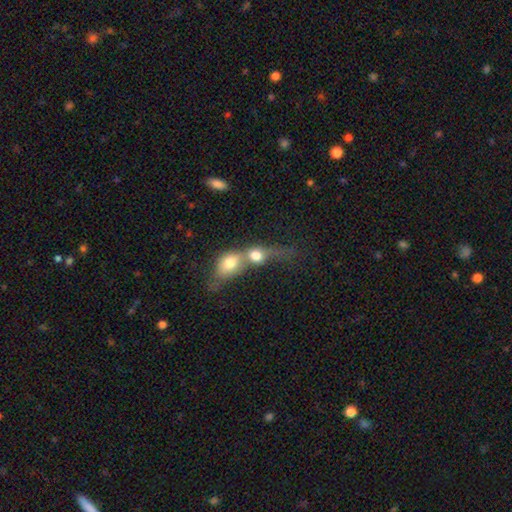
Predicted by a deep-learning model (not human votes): smooth 68%, featured or disk 22%, star or artifact 10%. Down the decision tree: how rounded — round (52%); merging — merger (79%).